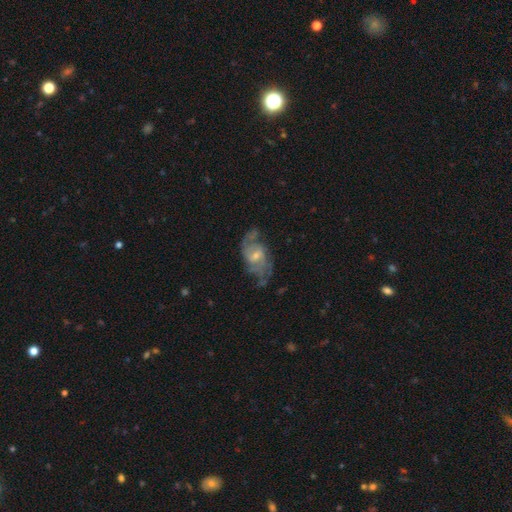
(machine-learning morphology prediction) Smooth or featured?
  - featured or disk: 78% *
  - smooth: 14%
  - star or artifact: 8%
Edge-on disk?
  - no: 95% *
  - yes: 5%
Bar?
  - weak: 53% *
  - no: 36%
  - strong: 11%
Spiral arms?
  - yes: 88% *
  - no: 12%
Spiral winding?
  - medium: 46% *
  - loose: 30%
  - tight: 25%
Spiral arm count?
  - 2: 56% *
  - can't tell: 24%
  - 3: 10%
  - 4: 4%
  - 1: 4%
  - more than 4: 3%
Bulge size?
  - small: 47% *
  - moderate: 44%
  - none: 5%
  - large: 3%
  - dominant: 1%
Merging?
  - none: 60% *
  - minor disturbance: 22%
  - major disturbance: 15%
  - merger: 2%